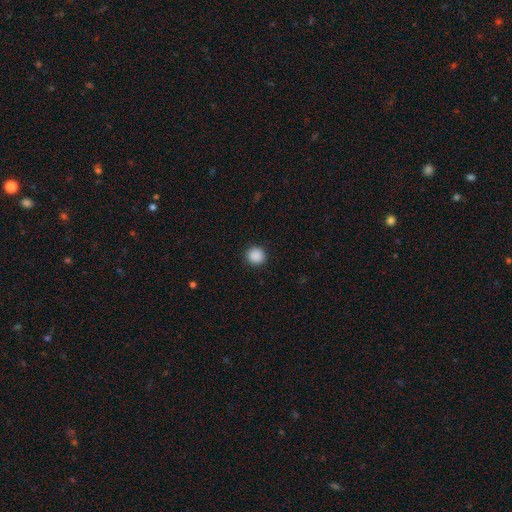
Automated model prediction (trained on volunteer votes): smooth-or-featured: smooth: 89% | star or artifact: 9% | featured or disk: 2%
  how-rounded: round: 92% | in between: 7% | cigar-shaped: 1%
  merging: none: 92% | minor disturbance: 5% | major disturbance: 2% | merger: 1%